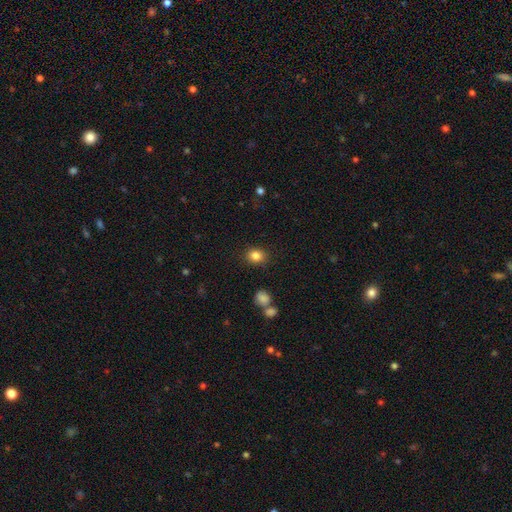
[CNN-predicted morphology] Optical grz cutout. It shows a smooth galaxy with no disk features (84%) that is round (61%). Merging: none (87%).